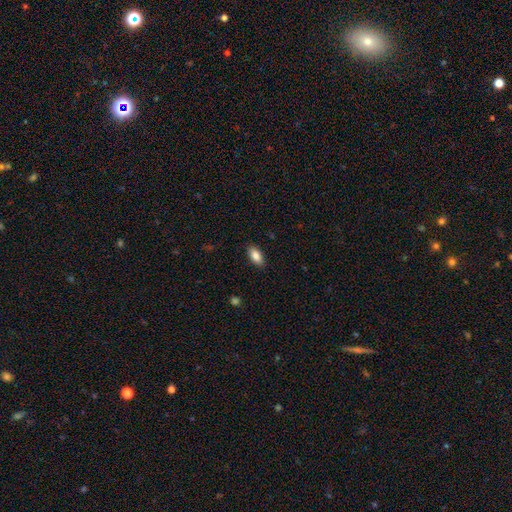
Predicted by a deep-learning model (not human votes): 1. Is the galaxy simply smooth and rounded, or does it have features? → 86% smooth, 7% star or artifact, 7% featured or disk.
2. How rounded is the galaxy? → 92% in between, 5% cigar-shaped, 3% round.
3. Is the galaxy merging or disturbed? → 88% none, 9% minor disturbance, 2% major disturbance, 1% merger.